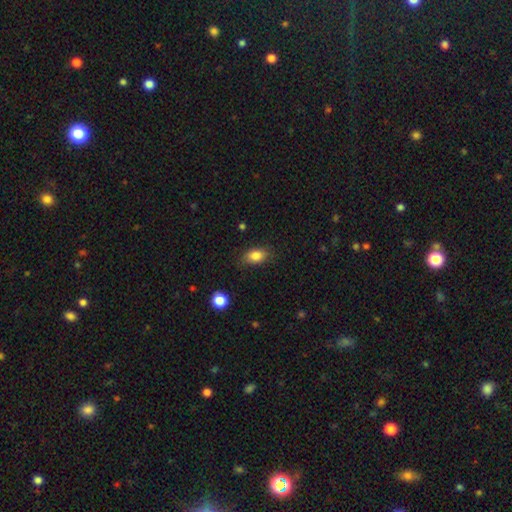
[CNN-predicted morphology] The model was most divided on "merging": none: 80%, minor disturbance: 15%, major disturbance: 4%, merger: 1%. More confident: smooth or featured — smooth (84%); how rounded — in between (84%).